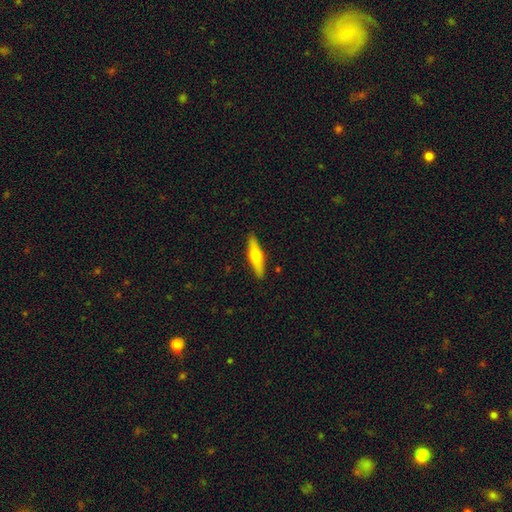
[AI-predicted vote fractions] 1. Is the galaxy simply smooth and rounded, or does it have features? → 49% smooth, 45% featured or disk, 6% star or artifact.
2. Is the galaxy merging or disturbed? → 90% none, 7% minor disturbance, 2% major disturbance, 1% merger.